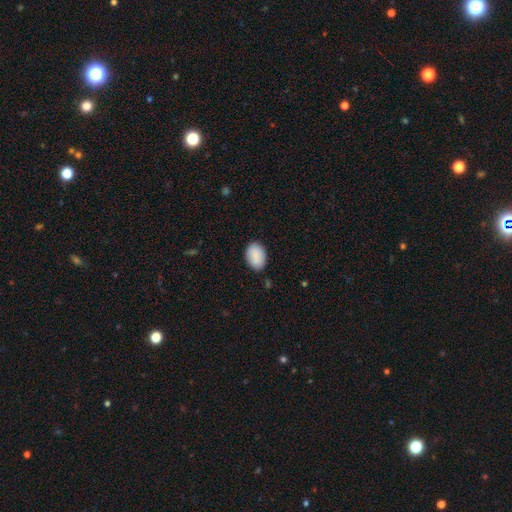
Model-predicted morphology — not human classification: smooth 90%, star or artifact 6%, featured or disk 4%. Down the decision tree: how rounded — in between (83%); merging — none (84%).